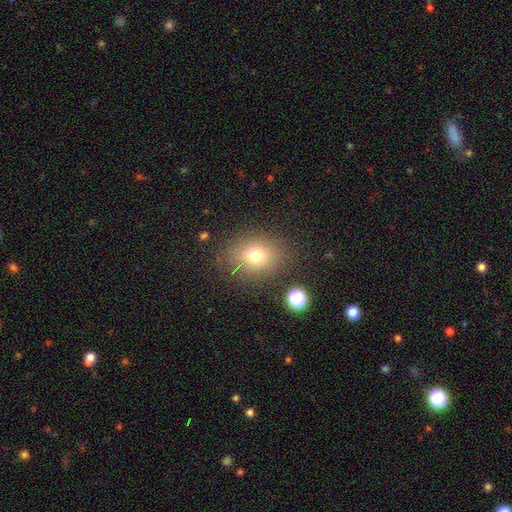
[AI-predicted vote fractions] Overall: smooth (75%). How rounded: round (57%; in between 42%). Merging: none (80%).